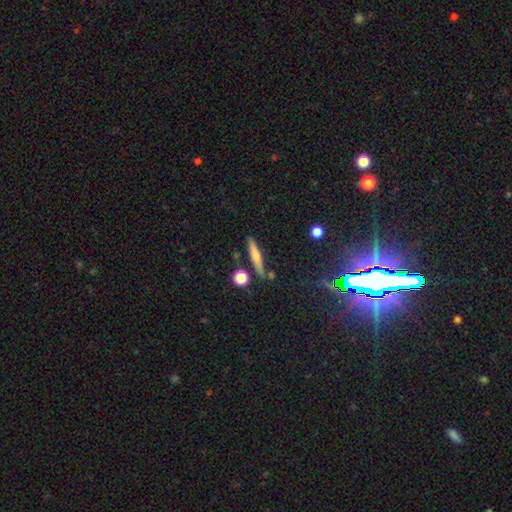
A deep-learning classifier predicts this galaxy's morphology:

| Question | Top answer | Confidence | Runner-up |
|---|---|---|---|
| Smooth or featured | smooth | 61% | featured or disk (30%) |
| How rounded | cigar-shaped | 88% | in between (9%) |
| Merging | none | 81% | minor disturbance (11%) |